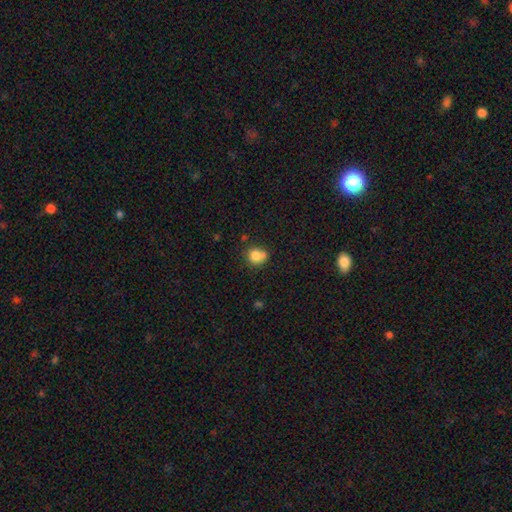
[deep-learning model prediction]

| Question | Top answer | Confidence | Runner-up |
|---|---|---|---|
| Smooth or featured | smooth | 82% | star or artifact (10%) |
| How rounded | round | 73% | in between (26%) |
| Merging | none | 57% | minor disturbance (26%) |